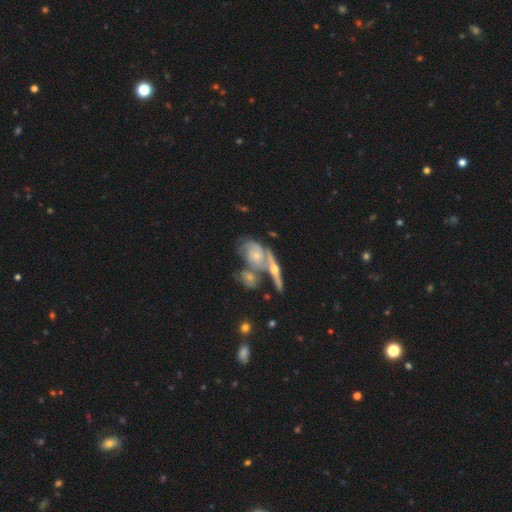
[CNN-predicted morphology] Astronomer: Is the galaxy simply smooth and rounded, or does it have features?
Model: featured or disk — 78%.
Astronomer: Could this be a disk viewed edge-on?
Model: no — 80%.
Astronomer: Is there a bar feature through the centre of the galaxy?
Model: no — 79%.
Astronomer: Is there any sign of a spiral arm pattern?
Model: yes — 85%.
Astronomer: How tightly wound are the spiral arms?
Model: tight — 58% (runner-up: medium, 33%).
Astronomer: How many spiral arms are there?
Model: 2 — 35% (runner-up: can't tell, 34%).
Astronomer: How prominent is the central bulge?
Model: small — 63%.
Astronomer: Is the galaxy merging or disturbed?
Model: merger — 39% (runner-up: none, 37%).